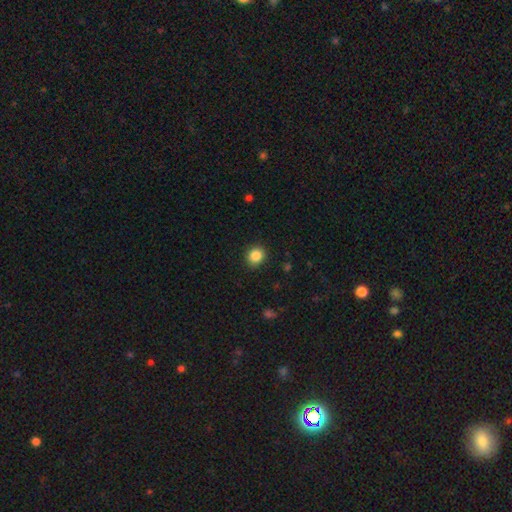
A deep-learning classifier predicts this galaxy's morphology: This appears to be a smooth galaxy with no disk features (86%) that is round (79%). Merging: none (90%).